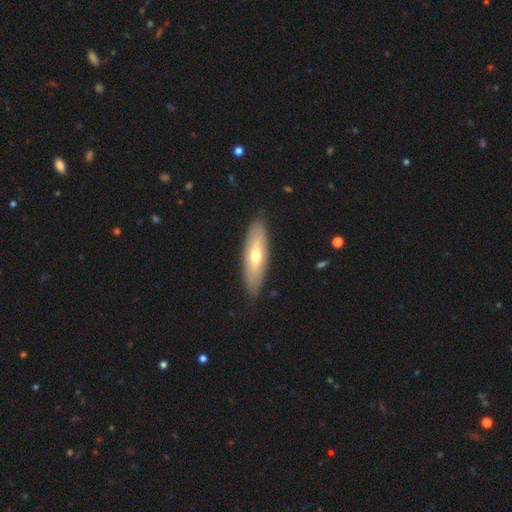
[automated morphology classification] The model was most divided on "smooth or featured" (2-way tie): featured or disk: 47%, smooth: 47%, star or artifact: 6%. More confident: merging — none (86%).